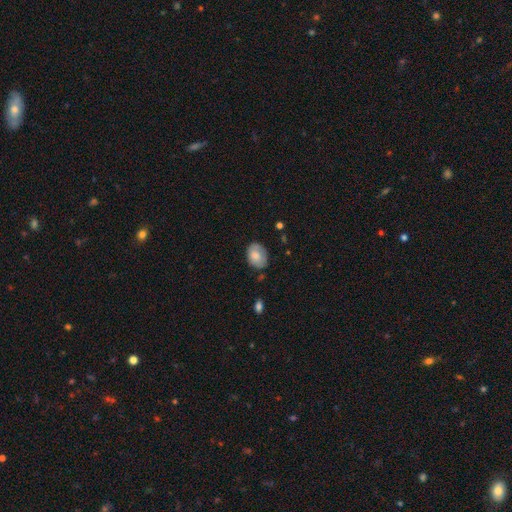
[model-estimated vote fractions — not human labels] Smooth or featured?
  - smooth: 76% *
  - featured or disk: 17%
  - star or artifact: 7%
How rounded?
  - in between: 75% *
  - round: 24%
  - cigar-shaped: 1%
Merging?
  - none: 68% *
  - minor disturbance: 25%
  - major disturbance: 5%
  - merger: 2%